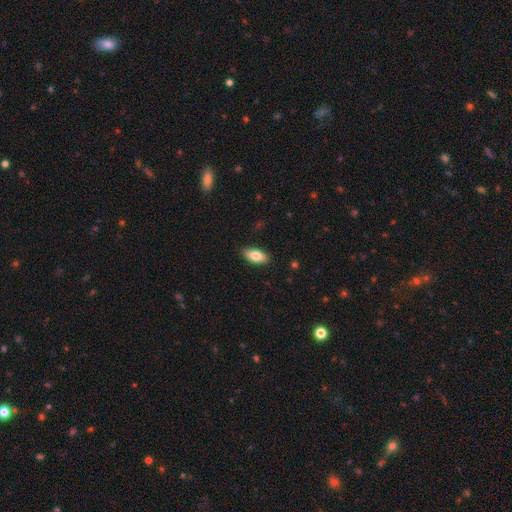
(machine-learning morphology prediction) Smooth or featured?
  - smooth: 80% *
  - featured or disk: 13%
  - star or artifact: 7%
How rounded?
  - in between: 89% *
  - cigar-shaped: 8%
  - round: 3%
Merging?
  - none: 89% *
  - minor disturbance: 9%
  - major disturbance: 2%
  - merger: 1%